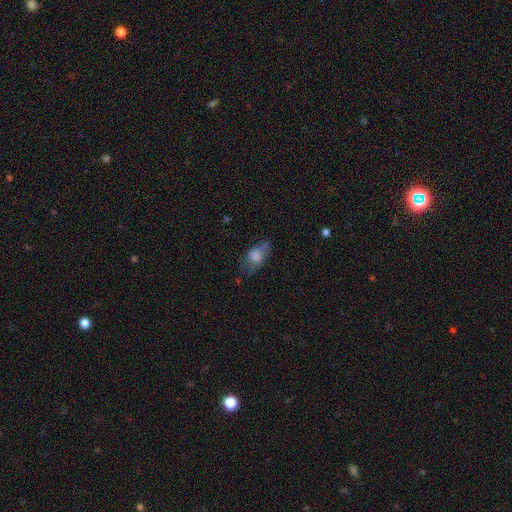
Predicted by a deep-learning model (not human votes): This is likely a smooth galaxy (65%). How rounded: clearly in between (85%). Merging: marginally none (44%).